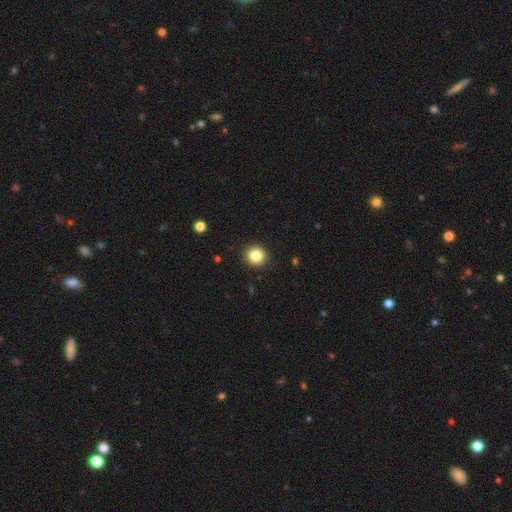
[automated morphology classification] type=smooth (85%); roundness=round (93%); merging=none (92%).